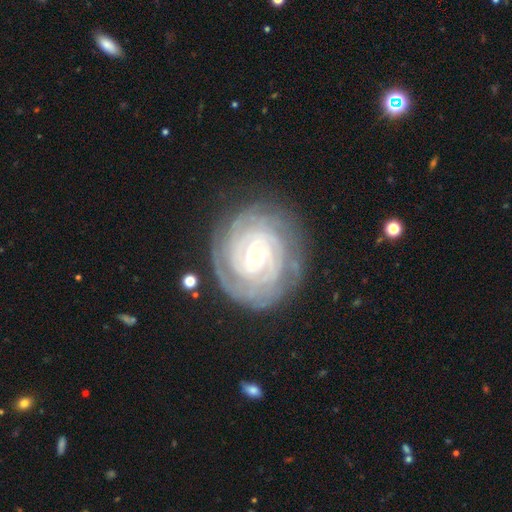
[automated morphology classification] This is clearly a featured or disk galaxy (88%). It is clearly not viewed edge-on (97%). Bar: likely no (68%). Spiral arm pattern: clearly yes (98%). Spiral arm count: marginally can't tell (27%). Spiral winding: clearly tight (85%). Central bulge: likely small (80%). Merging: clearly none (81%).